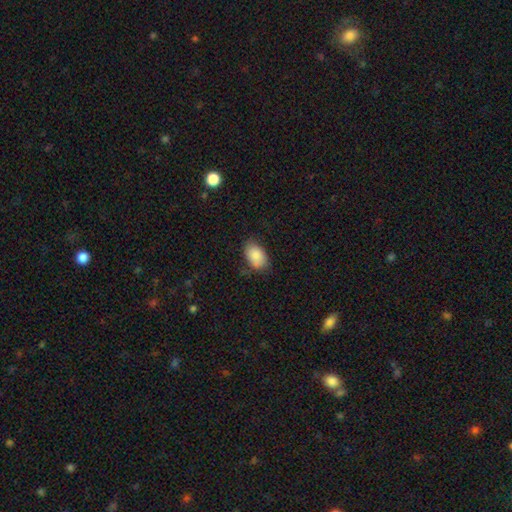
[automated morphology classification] A smooth galaxy with no disk features (86%) that is in between round and cigar-shaped (90%). Merging: none (69%).